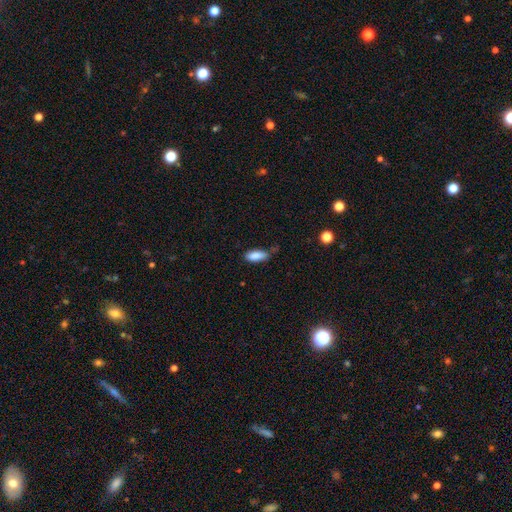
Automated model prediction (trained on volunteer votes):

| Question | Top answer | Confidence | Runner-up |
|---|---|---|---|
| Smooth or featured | smooth | 87% | star or artifact (7%) |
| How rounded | in between | 80% | cigar-shaped (18%) |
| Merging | none | 60% | minor disturbance (31%) |